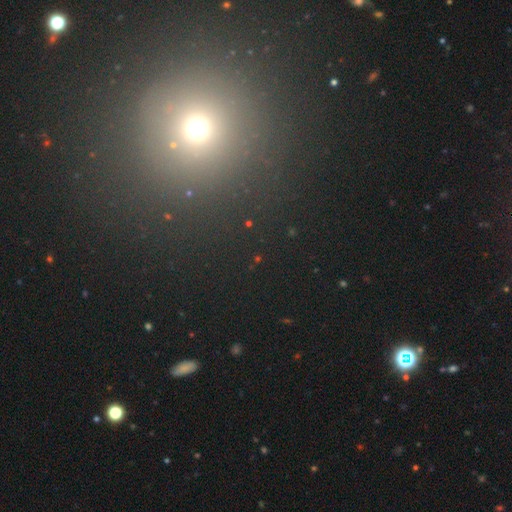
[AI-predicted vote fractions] This is possibly a star or artifact rather than a galaxy (49%).